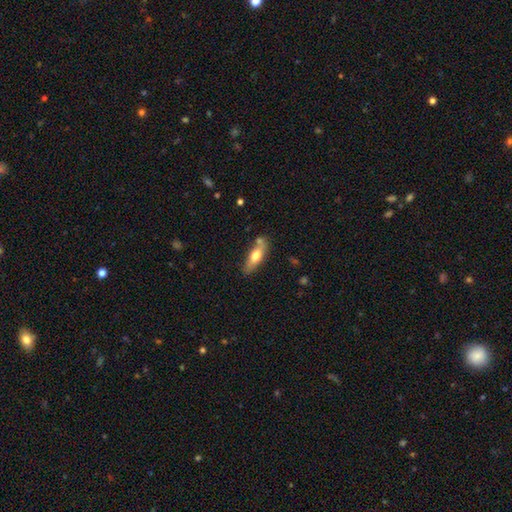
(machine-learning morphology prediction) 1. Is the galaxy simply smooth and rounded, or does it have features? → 60% smooth, 34% featured or disk, 6% star or artifact.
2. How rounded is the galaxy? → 52% in between, 45% cigar-shaped, 3% round.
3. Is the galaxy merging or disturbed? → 68% none, 17% minor disturbance, 11% merger, 4% major disturbance.